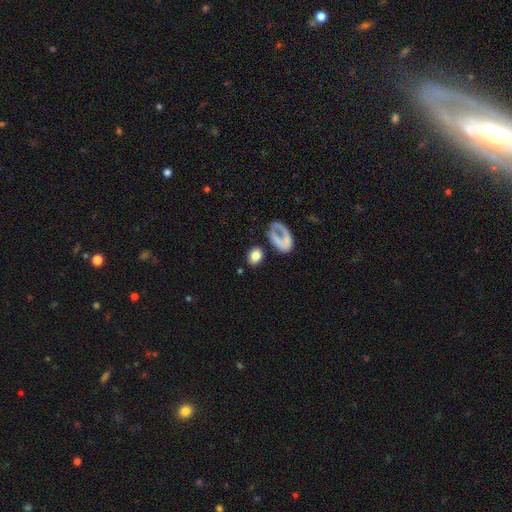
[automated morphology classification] This is likely a smooth galaxy (80%). How rounded: possibly in between (60%). Merging: likely none (72%).